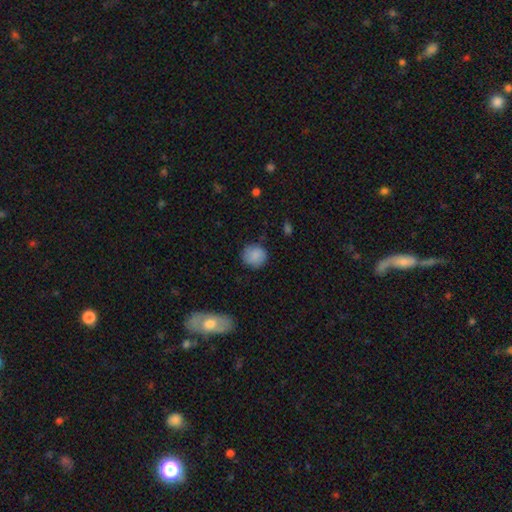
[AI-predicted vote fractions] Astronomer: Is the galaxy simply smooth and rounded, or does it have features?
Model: smooth — 83%.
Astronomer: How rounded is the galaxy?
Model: round — 87%.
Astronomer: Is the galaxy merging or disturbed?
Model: none — 78%.